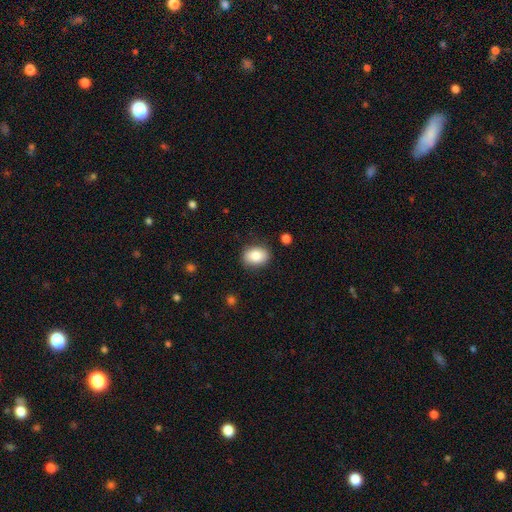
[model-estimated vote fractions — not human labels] Q: Smooth or featured?
A: smooth (83%); runner-up: featured or disk (9%)
Q: How rounded?
A: in between (73%); runner-up: round (26%)
Q: Merging?
A: none (84%); runner-up: minor disturbance (11%)